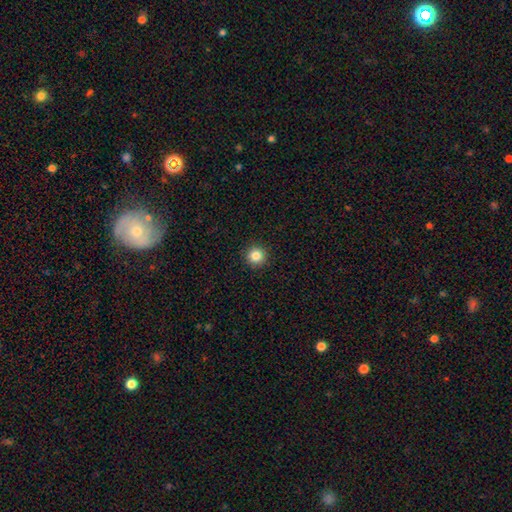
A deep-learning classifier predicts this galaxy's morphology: Smooth or featured?
  - smooth: 84% *
  - star or artifact: 11%
  - featured or disk: 5%
How rounded?
  - round: 96% *
  - in between: 3%
  - cigar-shaped: 1%
Merging?
  - none: 93% *
  - minor disturbance: 4%
  - major disturbance: 2%
  - merger: 1%